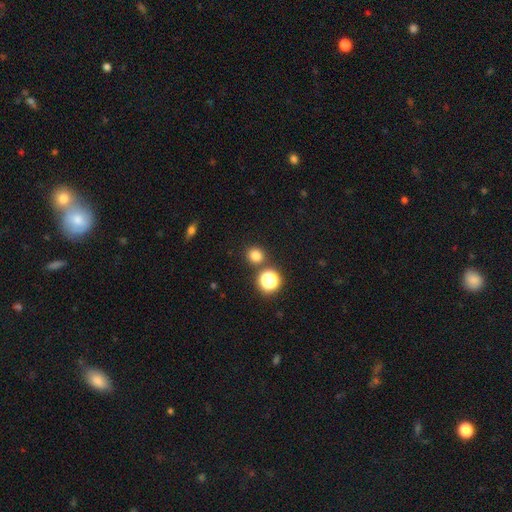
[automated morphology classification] This appears to be a smooth galaxy with no disk features (77%) that is round (89%). Merging: none (84%).